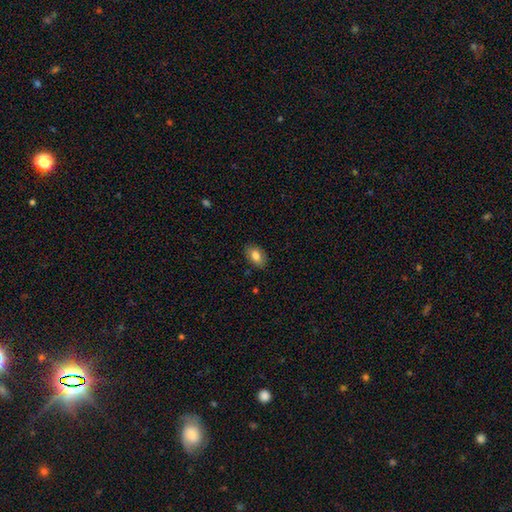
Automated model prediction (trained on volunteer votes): Smooth or featured?
  - smooth: 80% *
  - featured or disk: 13%
  - star or artifact: 7%
How rounded?
  - in between: 89% *
  - round: 10%
  - cigar-shaped: 2%
Merging?
  - none: 84% *
  - minor disturbance: 12%
  - major disturbance: 3%
  - merger: 1%